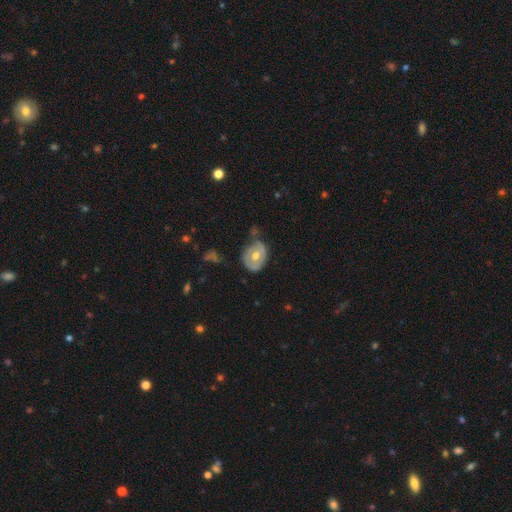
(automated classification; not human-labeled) Q: Smooth or featured?
A: featured or disk (52%); runner-up: smooth (41%)
Q: Edge-on disk?
A: no (94%); runner-up: yes (6%)
Q: Merging?
A: none (53%); runner-up: minor disturbance (31%)